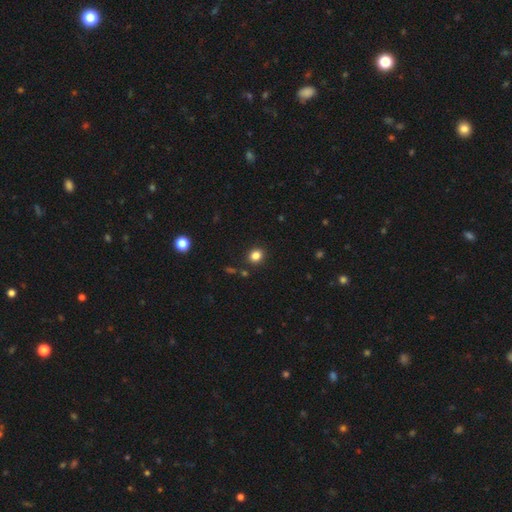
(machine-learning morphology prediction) Overall: smooth (83%). How rounded: round (74%). Merging: none (89%).